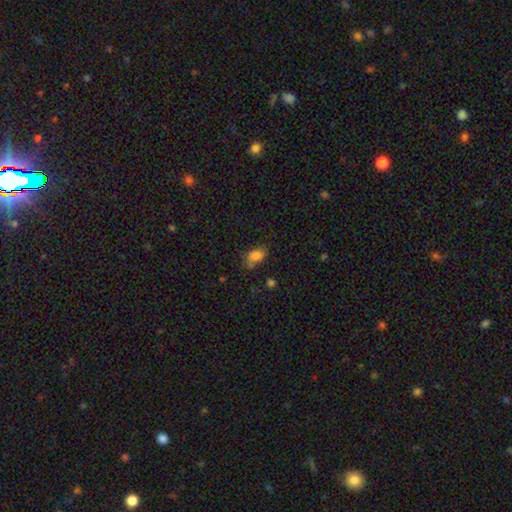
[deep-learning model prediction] The model was most divided on "merging": none: 58%, minor disturbance: 27%, major disturbance: 9%, merger: 6%. More confident: how rounded — in between (85%); smooth or featured — smooth (80%).